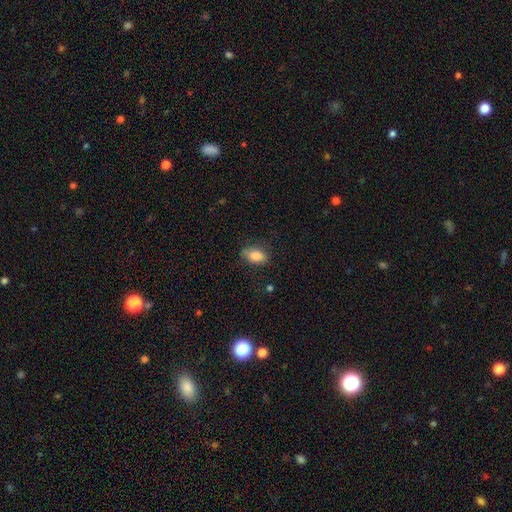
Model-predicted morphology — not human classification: Q: Smooth or featured?
A: smooth (82%); runner-up: featured or disk (10%)
Q: How rounded?
A: in between (87%); runner-up: round (7%)
Q: Merging?
A: none (72%); runner-up: minor disturbance (21%)